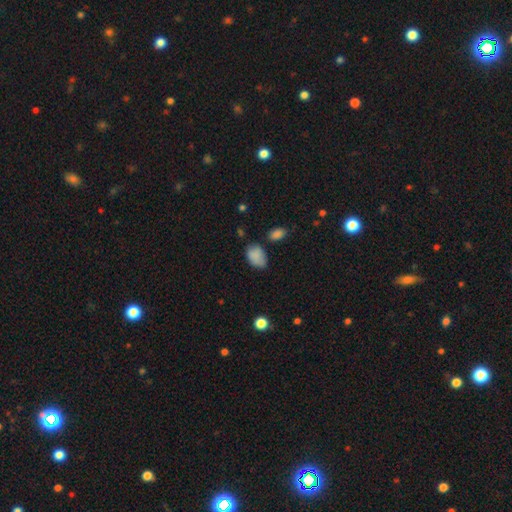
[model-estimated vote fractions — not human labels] This is clearly a smooth galaxy (85%). How rounded: clearly in between (85%). Merging: likely none (62%).